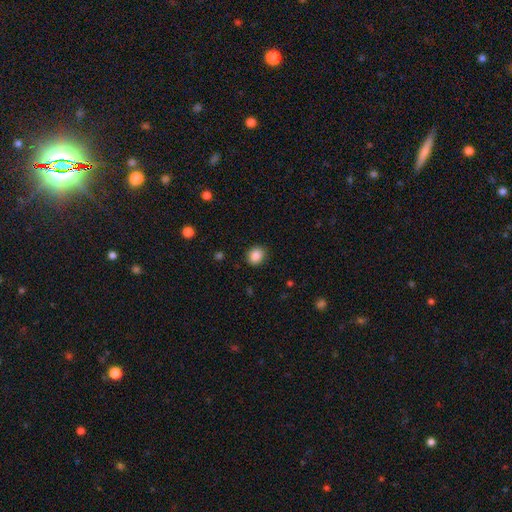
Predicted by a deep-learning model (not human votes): Smooth or featured? Predicted: smooth (p=0.87). How rounded? Predicted: round (p=0.65). Merging? Predicted: none (p=0.87).